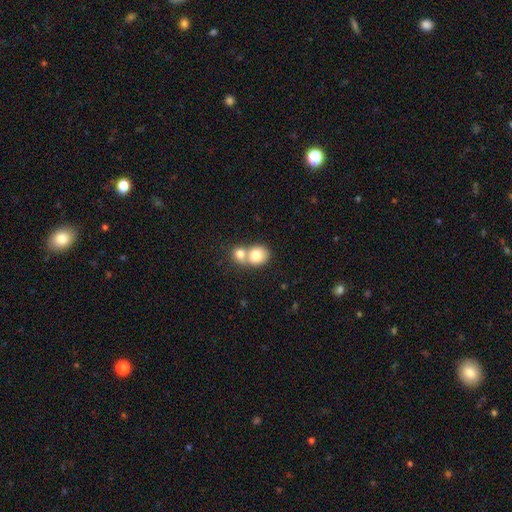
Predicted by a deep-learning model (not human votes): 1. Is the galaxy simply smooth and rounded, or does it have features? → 79% smooth, 13% featured or disk, 8% star or artifact.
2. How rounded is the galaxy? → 62% round, 37% in between, 1% cigar-shaped.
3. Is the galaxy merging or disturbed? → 66% merger, 25% none, 6% minor disturbance, 3% major disturbance.